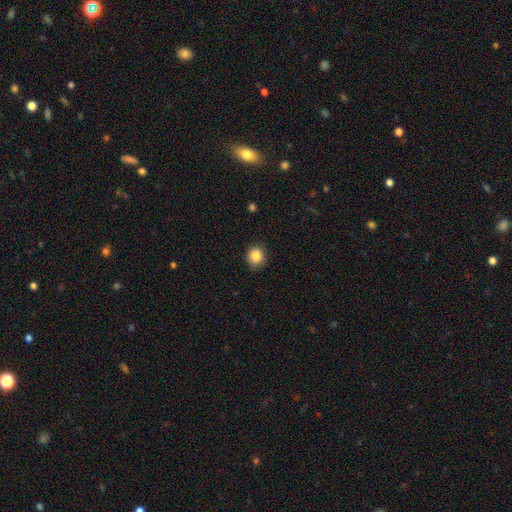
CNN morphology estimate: This appears to be a smooth galaxy with no disk features (86%) that is round (85%). Merging: none (83%).